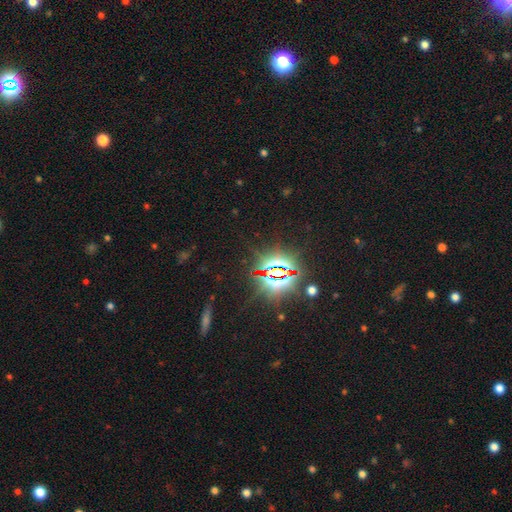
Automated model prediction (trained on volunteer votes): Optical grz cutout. It shows a star or artifact, not a galaxy (86%).